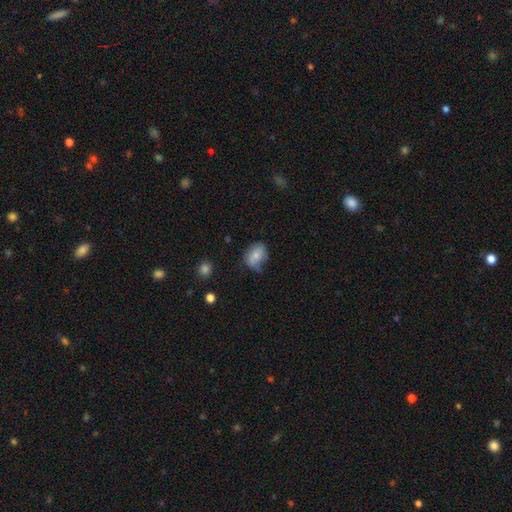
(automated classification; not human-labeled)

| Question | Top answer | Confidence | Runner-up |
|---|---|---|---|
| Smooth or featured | smooth | 71% | featured or disk (20%) |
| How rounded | in between | 72% | round (27%) |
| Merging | none | 48% | minor disturbance (36%) |